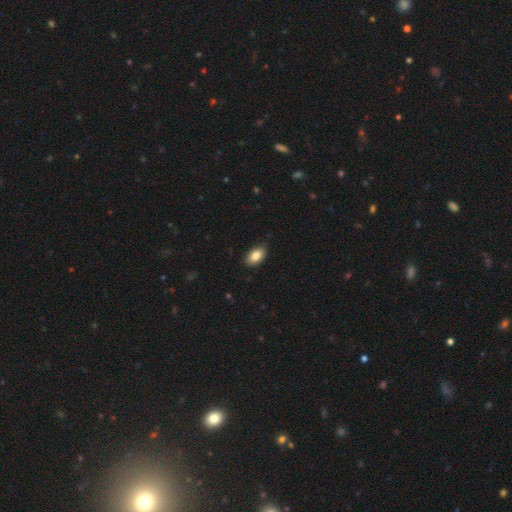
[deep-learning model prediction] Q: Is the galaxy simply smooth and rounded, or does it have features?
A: smooth — 85%.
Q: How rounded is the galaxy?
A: in between — 92%.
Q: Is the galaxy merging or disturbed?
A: none — 85%.